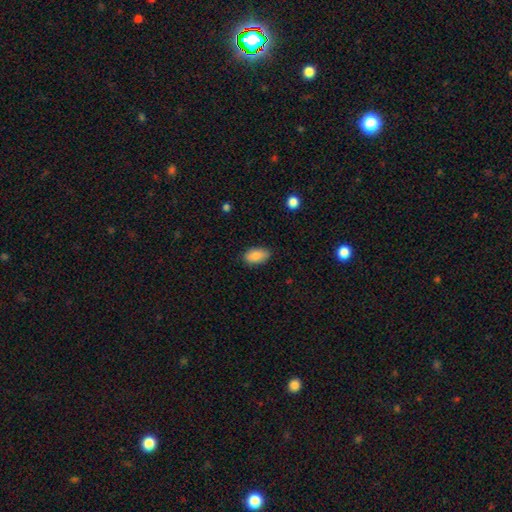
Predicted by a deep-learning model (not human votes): Smooth or featured?
  - smooth: 87% *
  - star or artifact: 7%
  - featured or disk: 6%
How rounded?
  - in between: 93% *
  - round: 4%
  - cigar-shaped: 3%
Merging?
  - none: 84% *
  - minor disturbance: 13%
  - major disturbance: 2%
  - merger: 1%